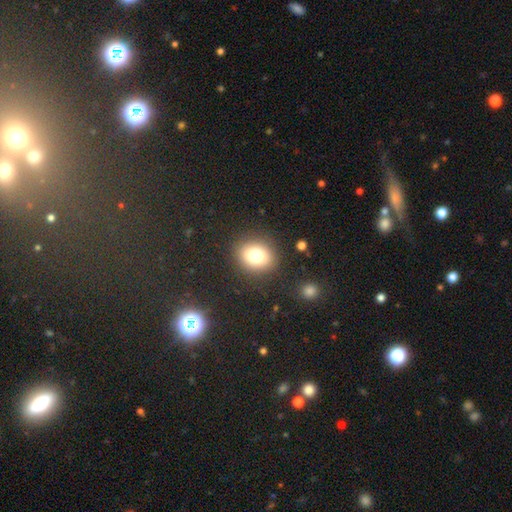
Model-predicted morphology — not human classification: Smooth or featured? Predicted: smooth (p=0.79). How rounded? Predicted: round (p=0.64). Merging? Predicted: none (p=0.87).